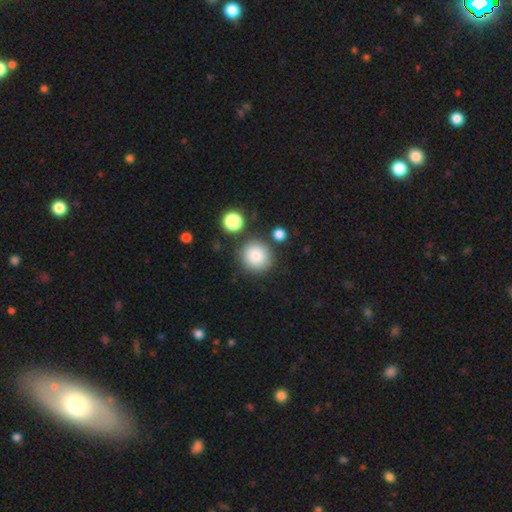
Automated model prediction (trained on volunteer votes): This is clearly a smooth galaxy (85%). How rounded: clearly round (92%). Merging: clearly none (81%).